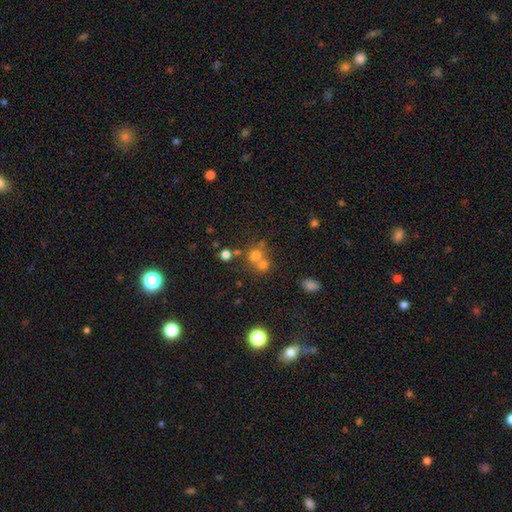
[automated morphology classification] Smooth or featured? smooth (67%)
How rounded? round (85%)
Merging? none (45%, tied with merger)